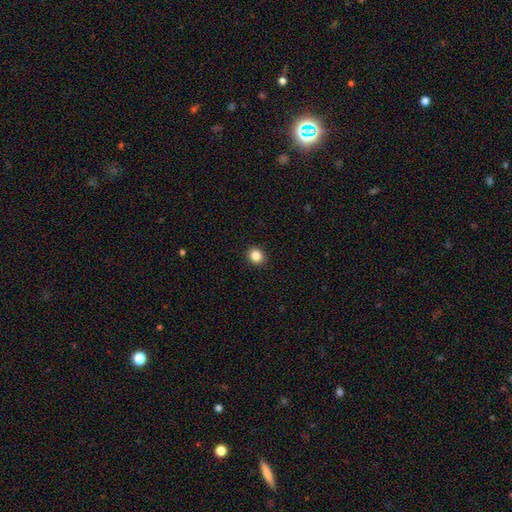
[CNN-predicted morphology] Q: Smooth or featured?
A: smooth (85%); runner-up: star or artifact (11%)
Q: How rounded?
A: round (78%); runner-up: in between (21%)
Q: Merging?
A: none (92%); runner-up: minor disturbance (6%)